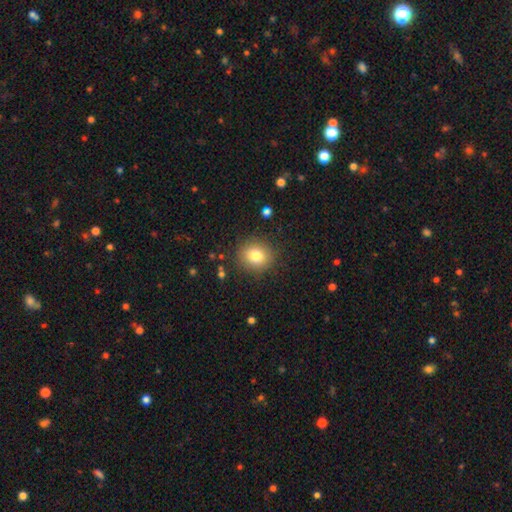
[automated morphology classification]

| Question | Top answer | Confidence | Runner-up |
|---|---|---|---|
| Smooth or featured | smooth | 80% | star or artifact (11%) |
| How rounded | round | 80% | in between (19%) |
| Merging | none | 88% | minor disturbance (8%) |